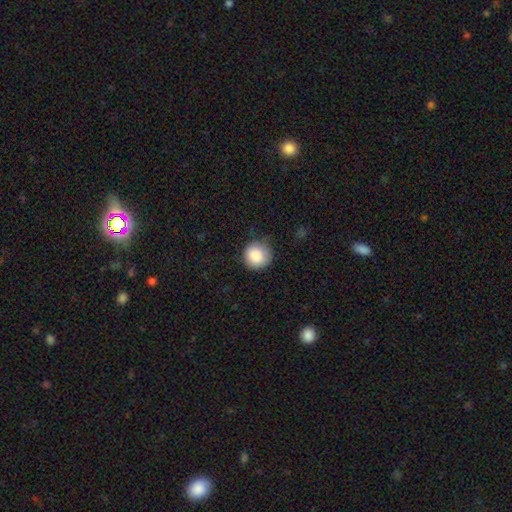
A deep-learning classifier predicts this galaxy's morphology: Smooth or featured? smooth (87%)
How rounded? round (93%)
Merging? none (79%)